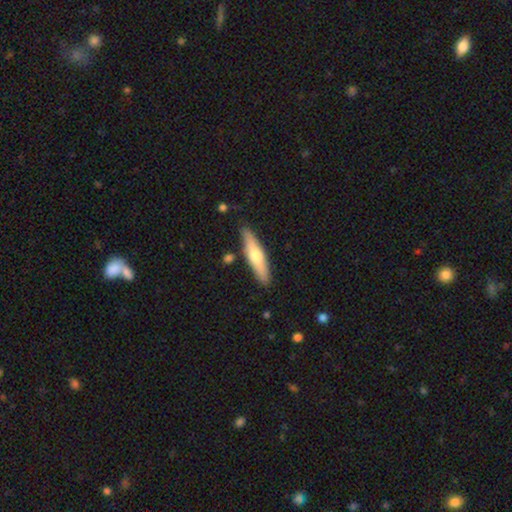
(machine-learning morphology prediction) This appears to be a smooth galaxy with no disk features (51%) that is cigar-shaped (75%). Merging: none (85%).